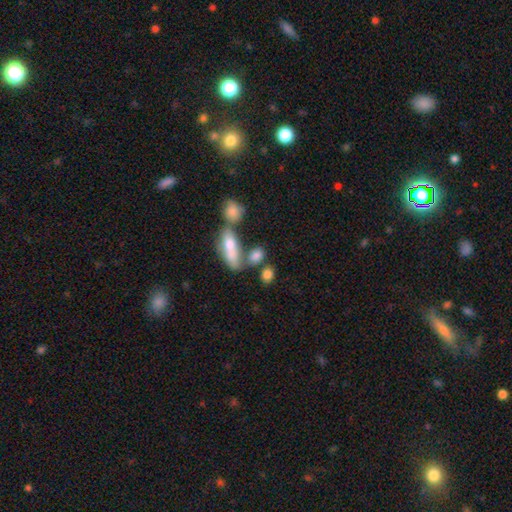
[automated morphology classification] Smooth or featured? smooth (79%)
How rounded? in between (70%)
Merging? none (49%)